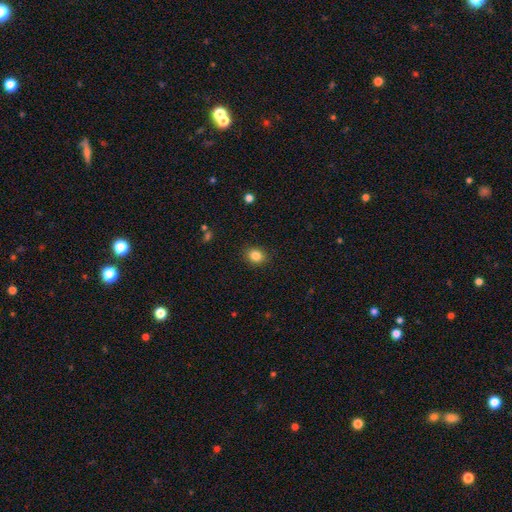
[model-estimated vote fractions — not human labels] Smooth or featured? Predicted: smooth (p=0.85). How rounded? Predicted: round (p=0.63). Merging? Predicted: none (p=0.87).